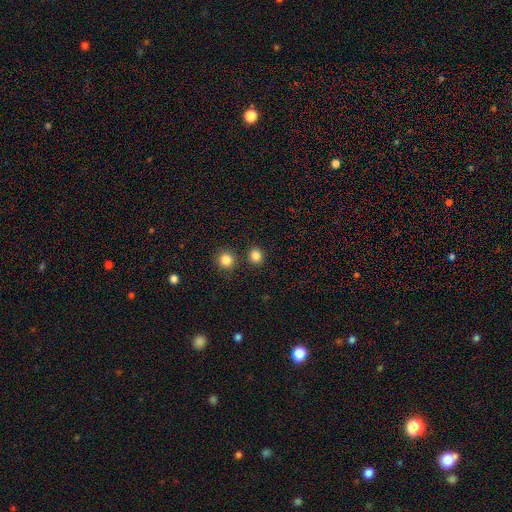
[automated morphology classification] The model was most divided on "how rounded": round: 85%, in between: 14%, cigar-shaped: 1%. More confident: merging — none (85%); smooth or featured — smooth (84%).